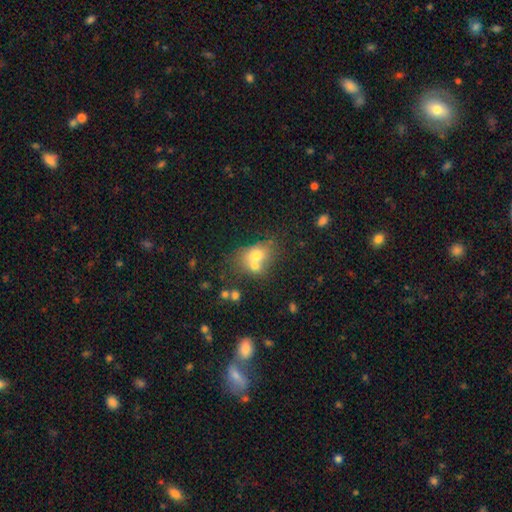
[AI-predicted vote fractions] Q: Smooth or featured?
A: smooth (66%); runner-up: featured or disk (22%)
Q: How rounded?
A: in between (55%); runner-up: round (43%)
Q: Merging?
A: merger (57%); runner-up: none (29%)